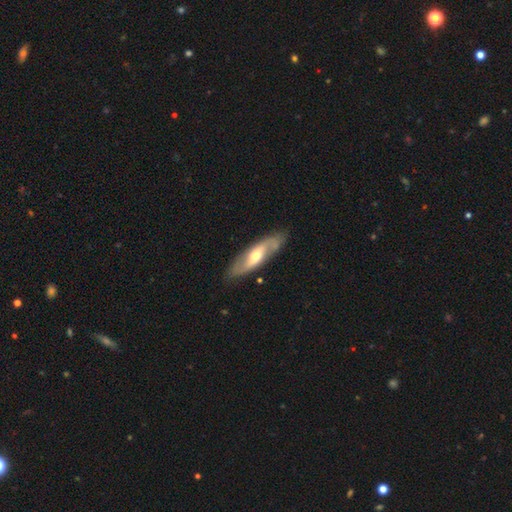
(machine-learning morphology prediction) This is likely a featured or disk galaxy (66%). It is likely not viewed edge-on (76%). Merging: clearly none (80%).